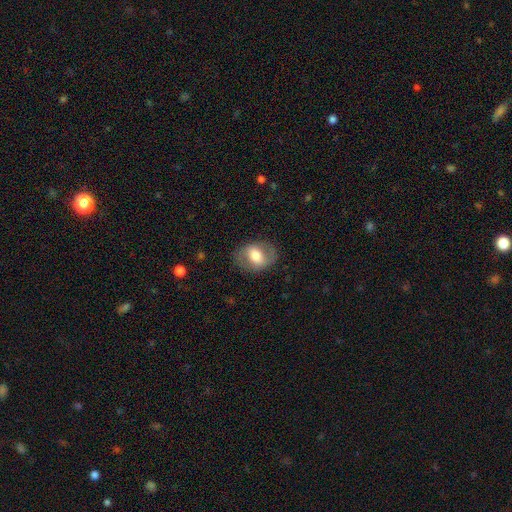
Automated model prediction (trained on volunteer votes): A smooth galaxy with no disk features (50%).

Vote fractions:
- Smooth or featured? smooth: 50% / featured or disk: 43% / star or artifact: 7%
- Merging? none: 79% / minor disturbance: 13% / major disturbance: 7% / merger: 1%